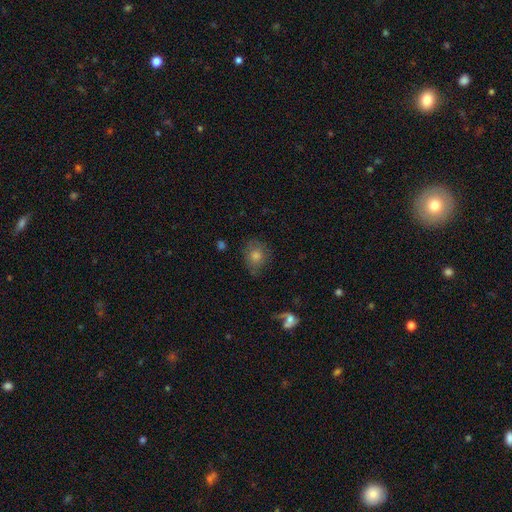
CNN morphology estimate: Smooth or featured?
  - smooth: 62% *
  - featured or disk: 22%
  - star or artifact: 17%
How rounded?
  - round: 67% *
  - in between: 32%
  - cigar-shaped: 1%
Merging?
  - none: 75% *
  - minor disturbance: 17%
  - major disturbance: 6%
  - merger: 2%